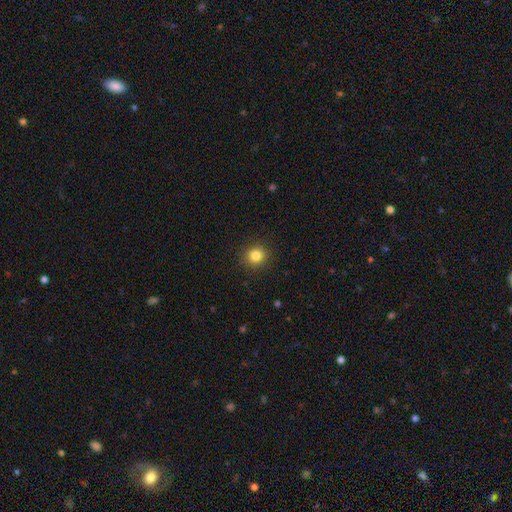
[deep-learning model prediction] Q: Smooth or featured?
A: smooth (82%); runner-up: star or artifact (12%)
Q: How rounded?
A: round (90%); runner-up: in between (9%)
Q: Merging?
A: none (91%); runner-up: minor disturbance (6%)